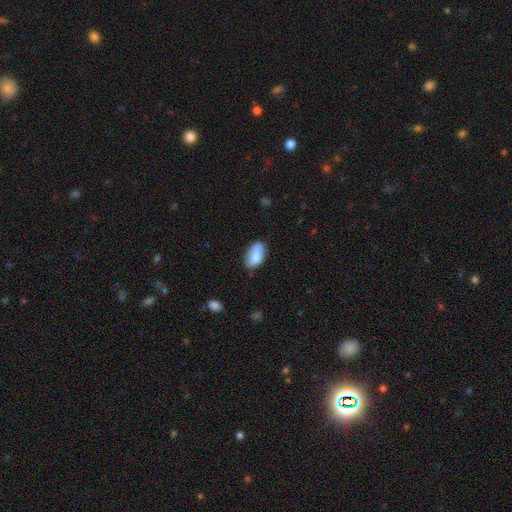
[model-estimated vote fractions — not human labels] Smooth or featured? smooth (83%)
How rounded? in between (93%)
Merging? none (71%)